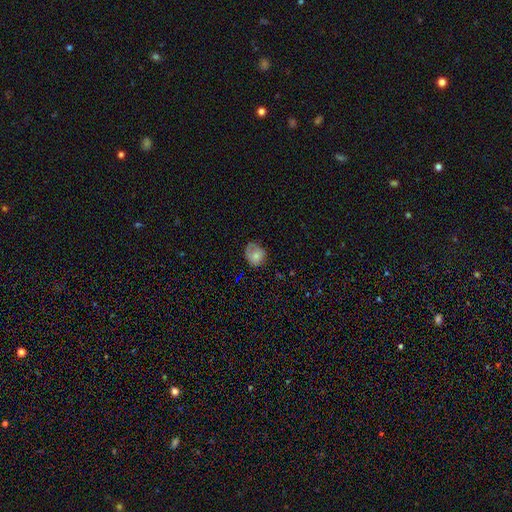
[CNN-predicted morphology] A smooth galaxy with no disk features (67%) that is round (54%). Merging: none (50%).